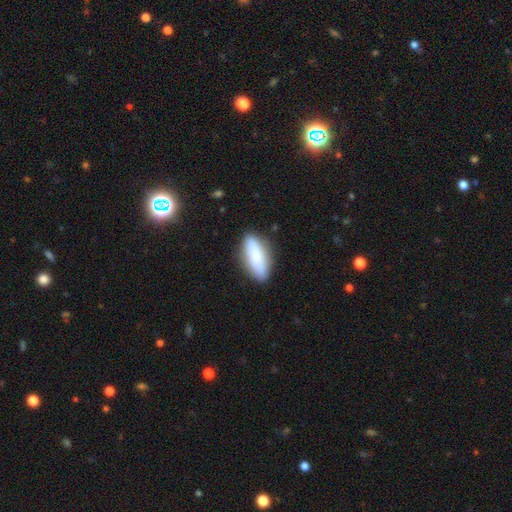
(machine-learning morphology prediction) Smooth or featured? Predicted: smooth (p=0.81). How rounded? Predicted: in between (p=0.70). Merging? Predicted: none (p=0.81).